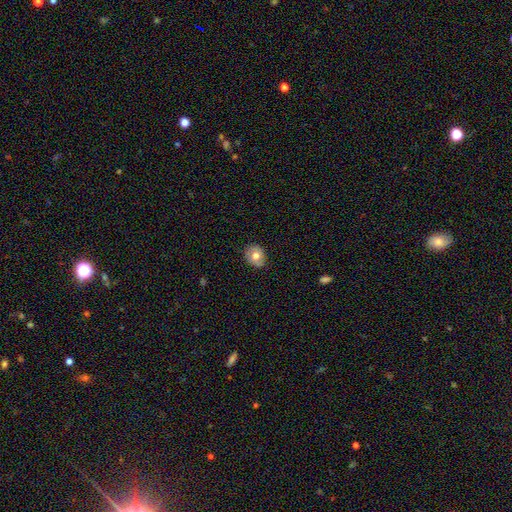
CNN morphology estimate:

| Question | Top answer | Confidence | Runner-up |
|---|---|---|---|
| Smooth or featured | smooth | 66% | featured or disk (26%) |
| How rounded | round | 58% | in between (41%) |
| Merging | none | 81% | minor disturbance (15%) |